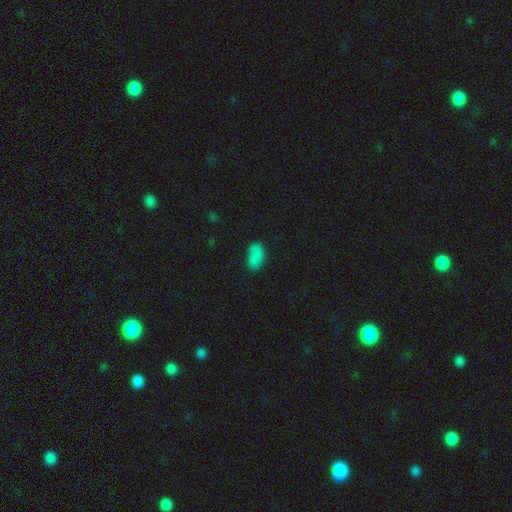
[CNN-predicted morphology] Q: Smooth or featured?
A: smooth (80%); runner-up: star or artifact (13%)
Q: How rounded?
A: in between (92%); runner-up: round (4%)
Q: Merging?
A: none (61%); runner-up: minor disturbance (24%)